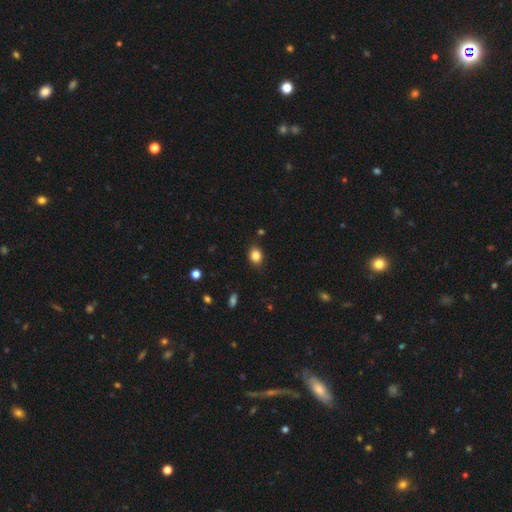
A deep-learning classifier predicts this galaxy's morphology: smooth-or-featured: smooth: 84% | star or artifact: 10% | featured or disk: 6%
  how-rounded: in between: 51% | round: 48% | cigar-shaped: 1%
  merging: none: 85% | minor disturbance: 11% | major disturbance: 2% | merger: 1%